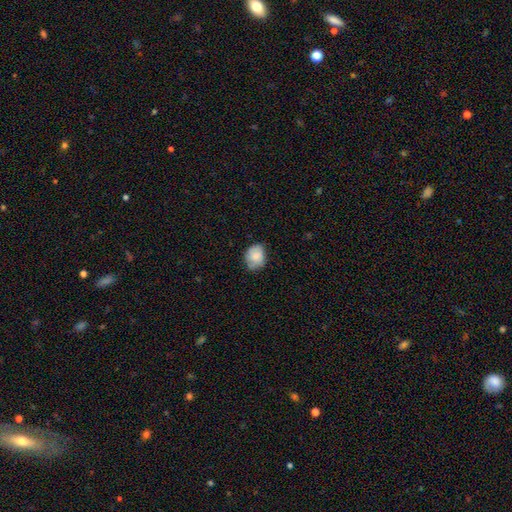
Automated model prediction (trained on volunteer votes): Smooth or featured: smooth — 76% (featured or disk — 17%)
How rounded: in between — 54% (round — 46%)
Merging: none — 63% (minor disturbance — 30%)